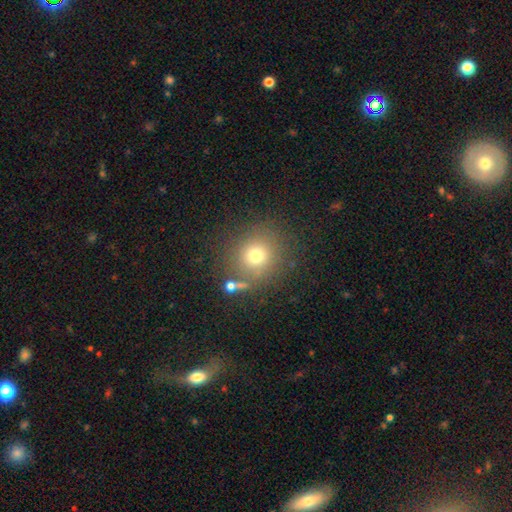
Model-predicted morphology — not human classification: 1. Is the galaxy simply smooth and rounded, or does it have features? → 72% smooth, 17% star or artifact, 12% featured or disk.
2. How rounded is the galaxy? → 88% round, 11% in between, 1% cigar-shaped.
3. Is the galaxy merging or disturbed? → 76% none, 11% minor disturbance, 7% merger, 6% major disturbance.